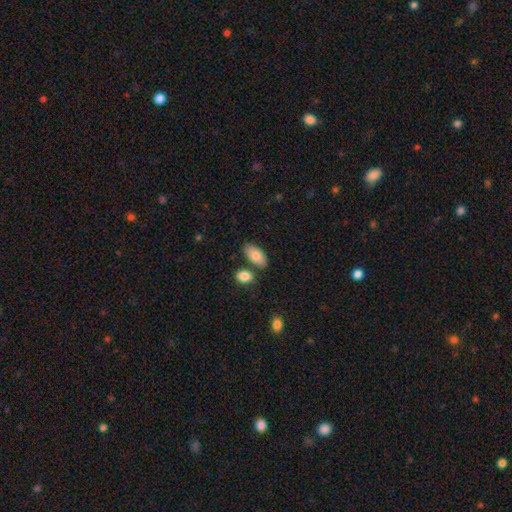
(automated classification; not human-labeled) smooth-or-featured: smooth: 81% | featured or disk: 13% | star or artifact: 6%
  how-rounded: in between: 93% | cigar-shaped: 4% | round: 3%
  merging: none: 74% | merger: 12% | minor disturbance: 12% | major disturbance: 3%